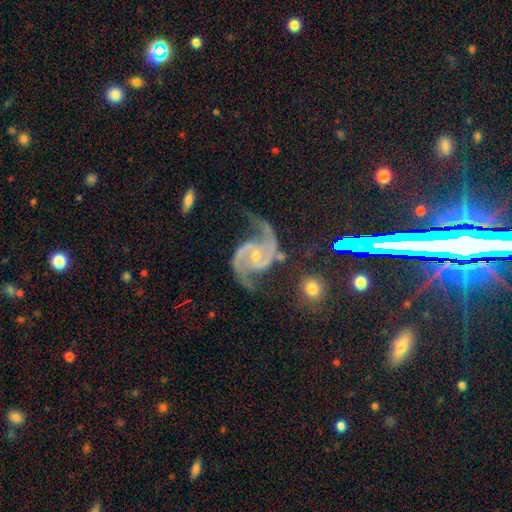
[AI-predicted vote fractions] Smooth or featured? Predicted: featured or disk (p=0.92). Edge-on disk? Predicted: no (p=0.98). Bar? Predicted: no (p=0.53). Spiral arms? Predicted: yes (p=0.98). Spiral winding? Predicted: medium (p=0.53). Spiral arm count? Predicted: 2 (p=0.92). Bulge size? Predicted: small (p=0.57). Merging? Predicted: none (p=0.62).